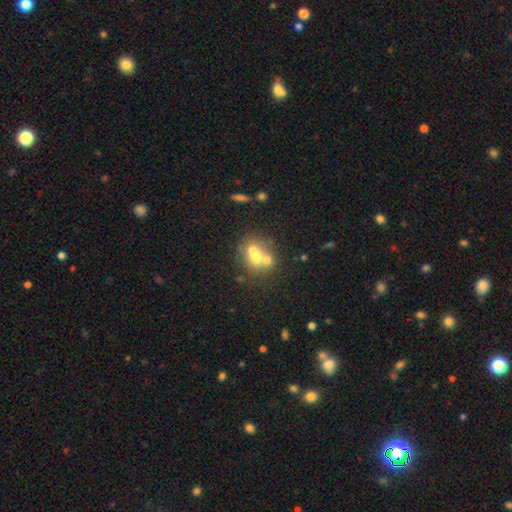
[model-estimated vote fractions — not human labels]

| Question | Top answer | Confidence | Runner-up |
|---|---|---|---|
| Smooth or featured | smooth | 56% | featured or disk (31%) |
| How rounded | round | 67% | in between (32%) |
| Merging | merger | 59% | none (29%) |